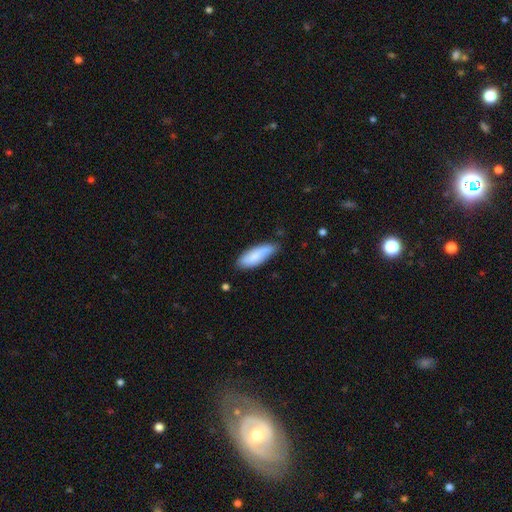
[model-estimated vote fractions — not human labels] Morphology: type=smooth (78%); roundness=in between (71%); merging=none (67%).